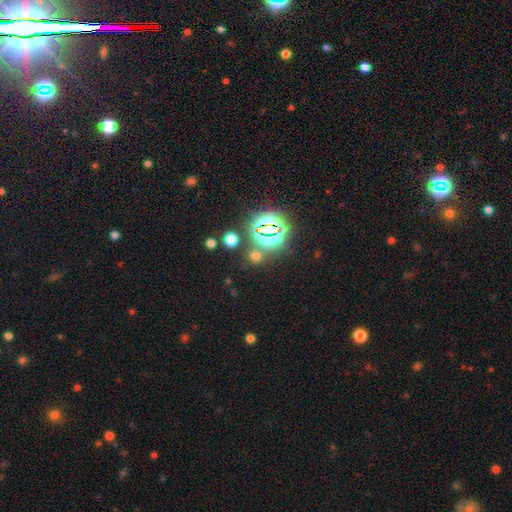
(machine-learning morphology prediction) smooth 48%, star or artifact 46%, featured or disk 7%. Down the decision tree: merging — none (76%).